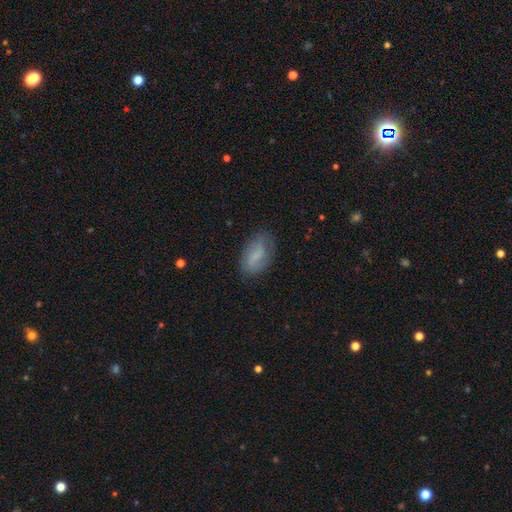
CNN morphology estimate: smooth 52%, featured or disk 39%, star or artifact 9%. Down the decision tree: how rounded — in between (90%); merging — none (71%).